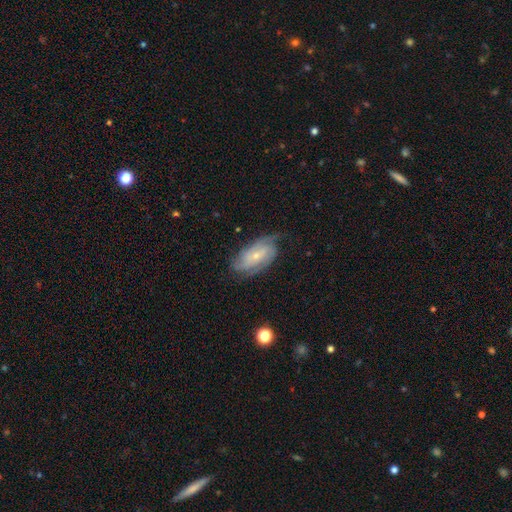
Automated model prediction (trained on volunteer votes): A featured or disk galaxy (80%) with no bar (57%), 2 (35%) tight (48%) spiral arms (95%) and a small central bulge (71%). Merging: none (69%).